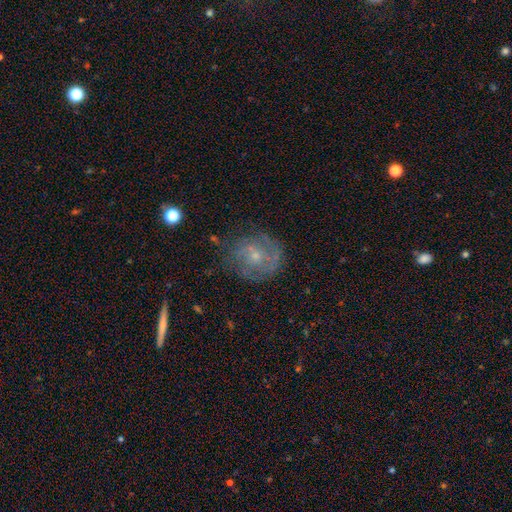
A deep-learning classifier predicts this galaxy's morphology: Smooth or featured? Predicted: featured or disk (p=0.65). Edge-on disk? Predicted: no (p=0.97). Bar? Predicted: no (p=0.71). Spiral arms? Predicted: yes (p=0.77). Bulge size? Predicted: small (p=0.69). Merging? Predicted: none (p=0.64).